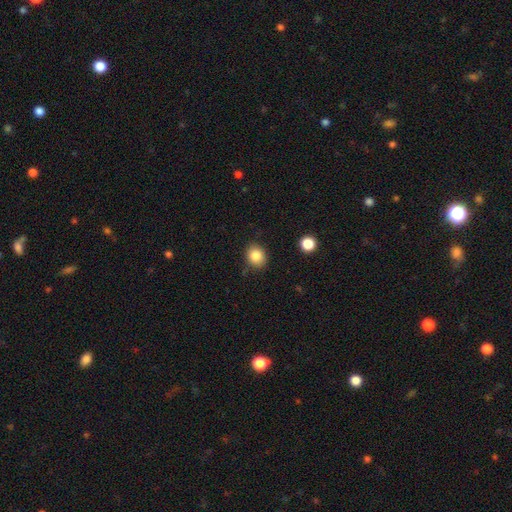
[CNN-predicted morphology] Q: Smooth or featured?
A: smooth (84%); runner-up: star or artifact (10%)
Q: How rounded?
A: round (65%); runner-up: in between (34%)
Q: Merging?
A: none (84%); runner-up: minor disturbance (12%)